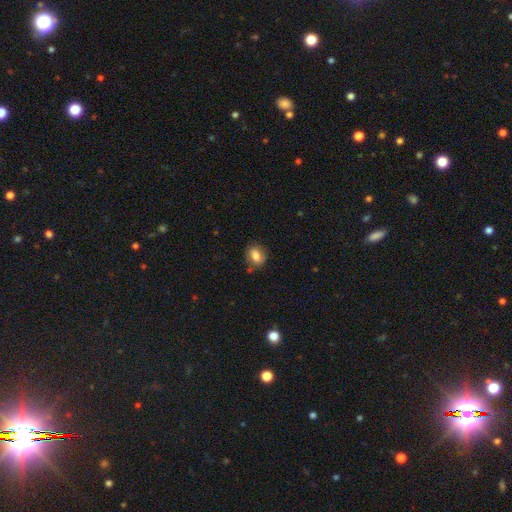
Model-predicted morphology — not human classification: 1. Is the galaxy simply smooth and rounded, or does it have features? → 80% smooth, 11% featured or disk, 9% star or artifact.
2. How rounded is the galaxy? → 71% in between, 27% round, 2% cigar-shaped.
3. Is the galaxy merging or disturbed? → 73% none, 19% minor disturbance, 5% major disturbance, 3% merger.